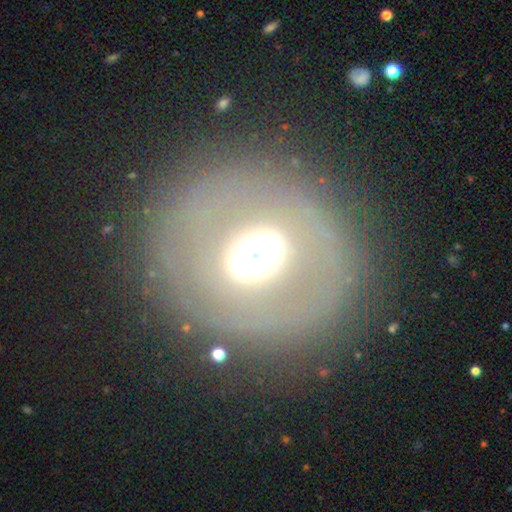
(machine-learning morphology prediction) Overall: featured or disk (56%; smooth 31%). Edge-on disk: no (88%). Merging: none (79%).